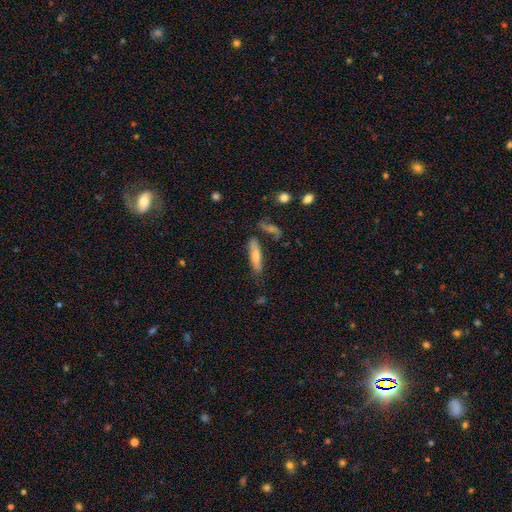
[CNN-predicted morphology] smooth-or-featured: smooth: 55% | featured or disk: 38% | star or artifact: 8%
  how-rounded: cigar-shaped: 79% | in between: 19% | round: 2%
  merging: none: 70% | minor disturbance: 17% | merger: 8% | major disturbance: 6%